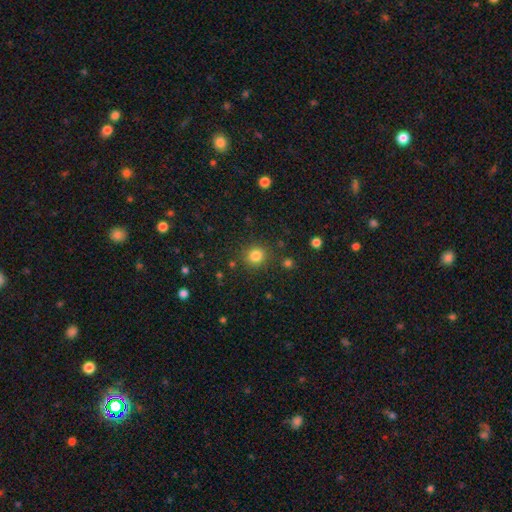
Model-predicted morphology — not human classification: smooth-or-featured: smooth: 82% | star or artifact: 13% | featured or disk: 5%
  how-rounded: round: 89% | in between: 10% | cigar-shaped: 1%
  merging: none: 85% | minor disturbance: 8% | major disturbance: 3% | merger: 3%